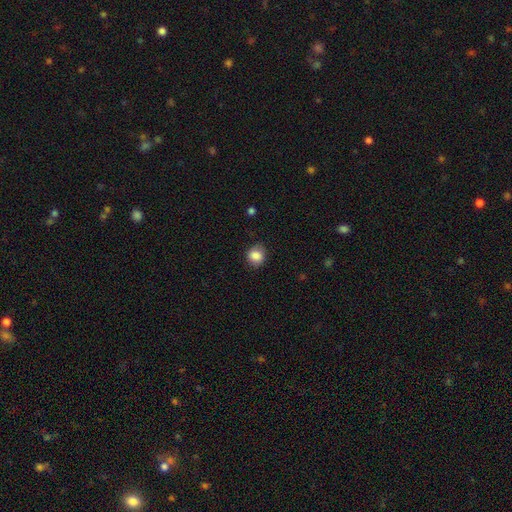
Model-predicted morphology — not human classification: The model was most divided on "how rounded": round: 77%, in between: 22%, cigar-shaped: 1%. More confident: smooth or featured — smooth (86%); merging — none (78%).